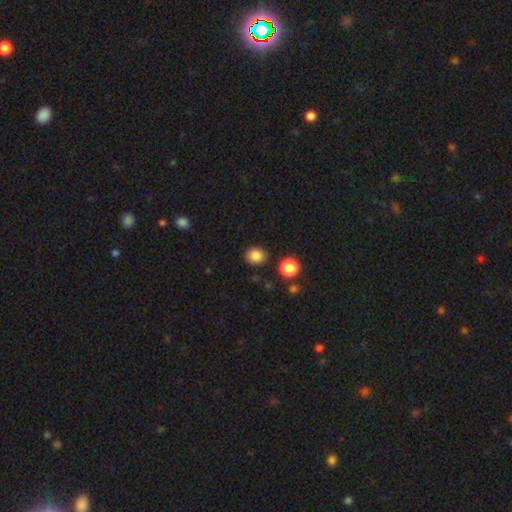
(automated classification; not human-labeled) smooth 84%, star or artifact 11%, featured or disk 5%. Down the decision tree: how rounded — round (78%); merging — none (88%).